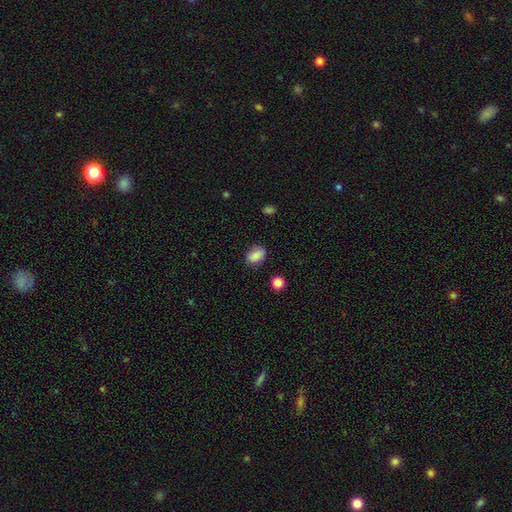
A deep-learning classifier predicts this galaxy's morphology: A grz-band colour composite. It shows a smooth galaxy with no disk features (85%) that is in between round and cigar-shaped (74%). Merging: none (79%).